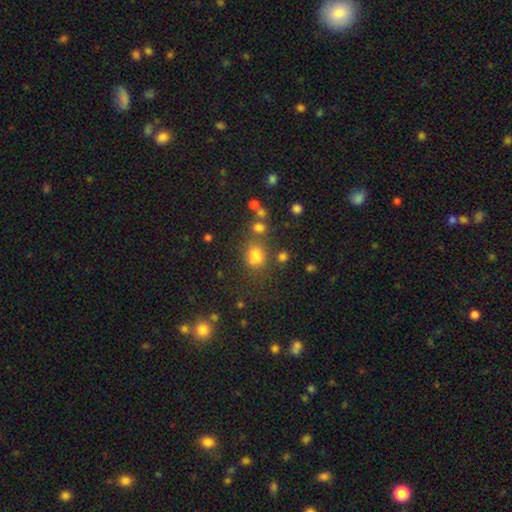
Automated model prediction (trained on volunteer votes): This is likely a smooth galaxy (68%). How rounded: possibly round (50%). Merging: possibly none (51%).